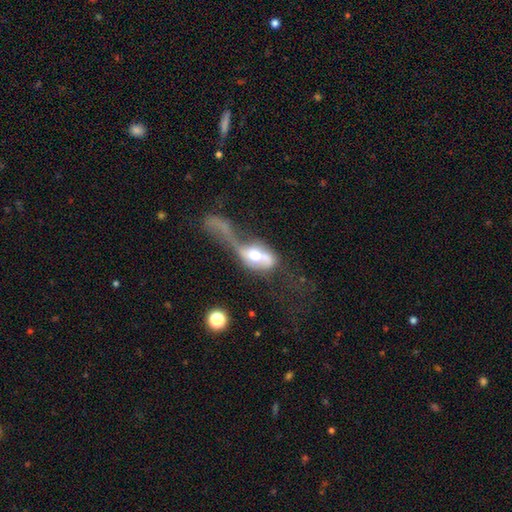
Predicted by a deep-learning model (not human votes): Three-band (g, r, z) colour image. It shows a featured or disk galaxy (49%). Merging: major disturbance (43%).